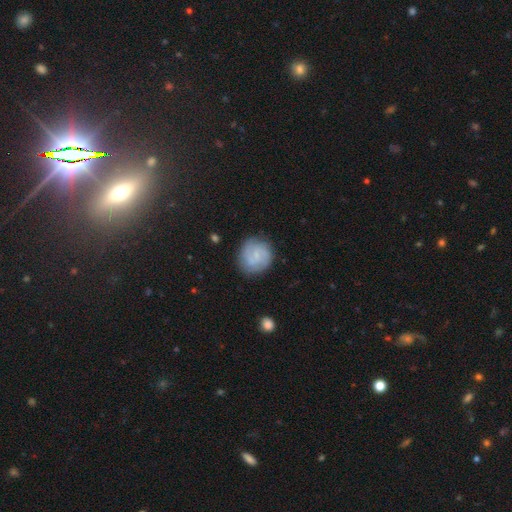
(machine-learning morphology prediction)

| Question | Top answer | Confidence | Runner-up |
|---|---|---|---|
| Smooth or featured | featured or disk | 51% | smooth (42%) |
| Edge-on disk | no | 98% | yes (2%) |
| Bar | no | 48% | weak (45%) |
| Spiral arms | yes | 86% | no (14%) |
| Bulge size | small | 57% | none (26%) |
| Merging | none | 79% | minor disturbance (15%) |